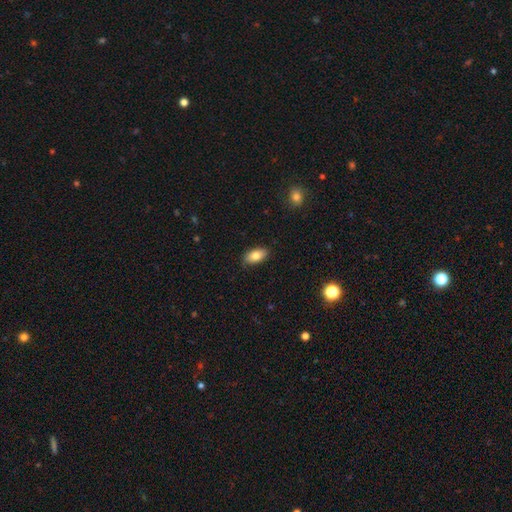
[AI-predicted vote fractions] smooth 81%, featured or disk 12%, star or artifact 7%. Down the decision tree: how rounded — in between (91%); merging — none (87%).